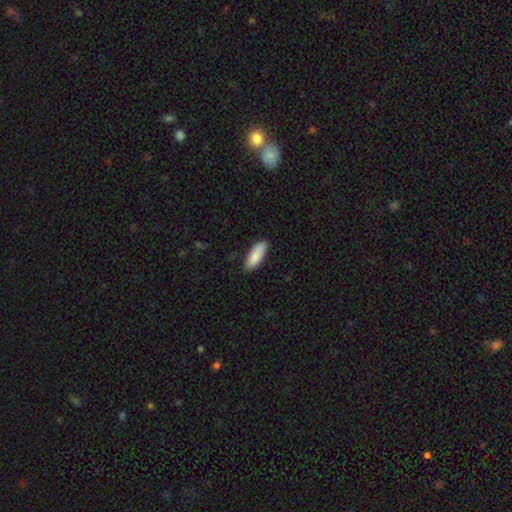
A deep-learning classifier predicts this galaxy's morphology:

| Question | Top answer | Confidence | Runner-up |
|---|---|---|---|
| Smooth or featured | smooth | 86% | featured or disk (8%) |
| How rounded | in between | 66% | cigar-shaped (32%) |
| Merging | none | 84% | minor disturbance (13%) |